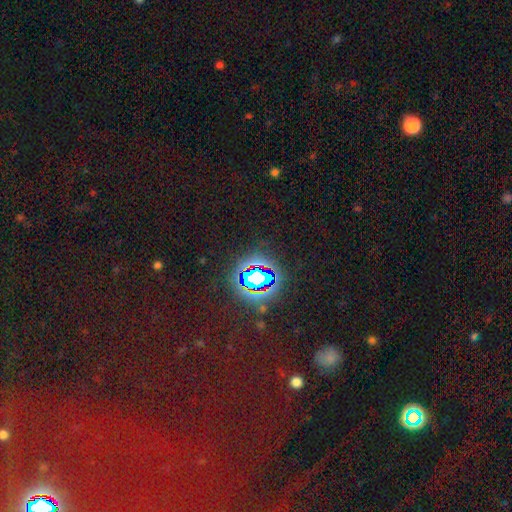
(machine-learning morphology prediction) This is clearly a star or artifact rather than a galaxy (81%).